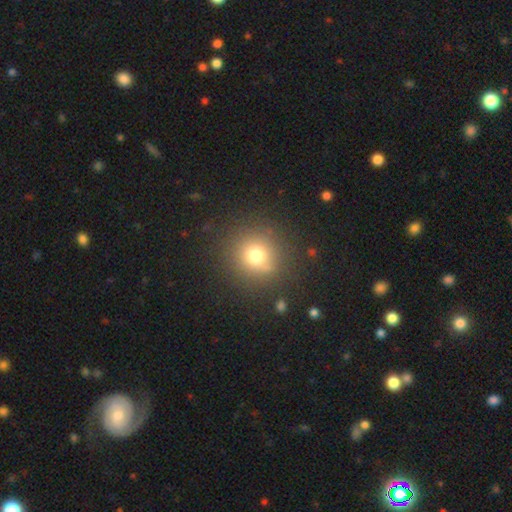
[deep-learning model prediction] smooth-or-featured: smooth: 73% | star or artifact: 17% | featured or disk: 10%
  how-rounded: round: 90% | in between: 9% | cigar-shaped: 1%
  merging: none: 83% | minor disturbance: 10% | major disturbance: 4% | merger: 3%